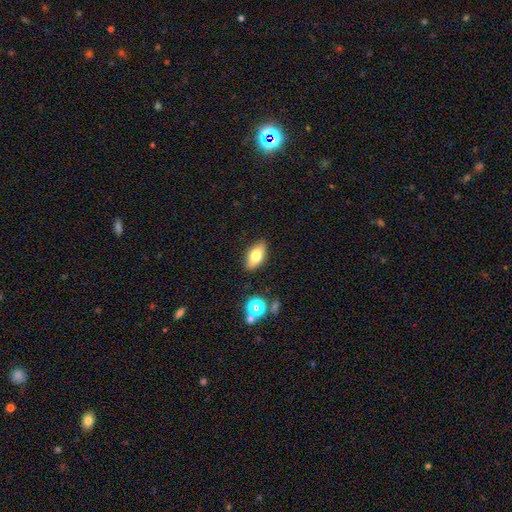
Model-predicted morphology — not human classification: The model was most divided on "smooth or featured": smooth: 74%, featured or disk: 17%, star or artifact: 9%. More confident: how rounded — in between (88%); merging — none (86%).